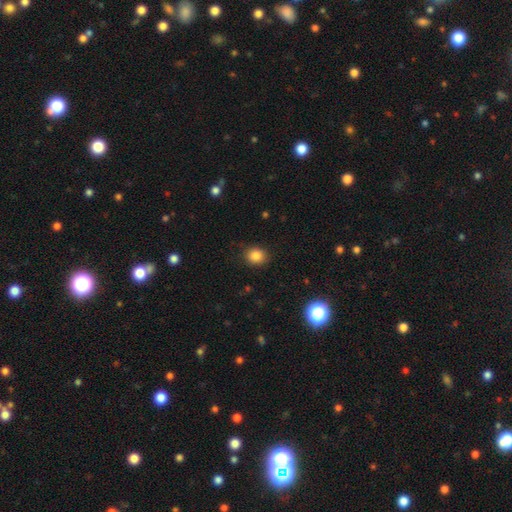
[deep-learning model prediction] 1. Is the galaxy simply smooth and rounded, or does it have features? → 85% smooth, 11% star or artifact, 4% featured or disk.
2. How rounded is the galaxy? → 71% round, 28% in between, 1% cigar-shaped.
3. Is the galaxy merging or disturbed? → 88% none, 9% minor disturbance, 2% major disturbance, 1% merger.